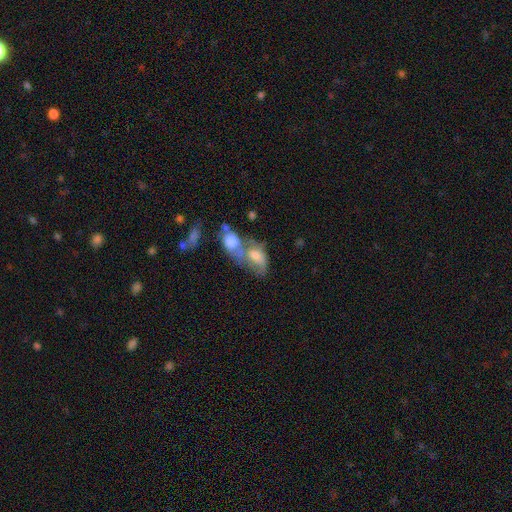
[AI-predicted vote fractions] Smooth or featured? smooth (59%)
How rounded? in between (87%)
Merging? merger (70%)